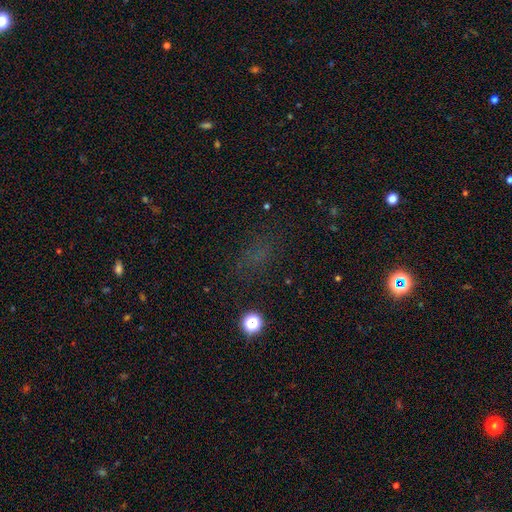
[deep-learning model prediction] The model was most divided on "smooth or featured" (2-way tie): star or artifact: 44%, smooth: 44%, featured or disk: 13%.